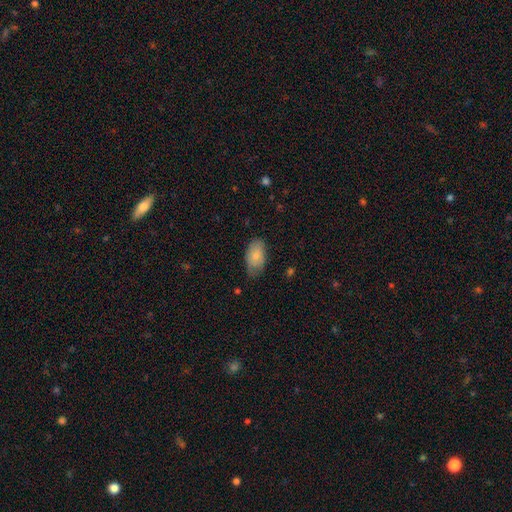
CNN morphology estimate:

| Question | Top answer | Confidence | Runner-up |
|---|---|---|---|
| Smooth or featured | smooth | 81% | featured or disk (12%) |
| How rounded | in between | 93% | round (5%) |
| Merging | none | 64% | minor disturbance (29%) |